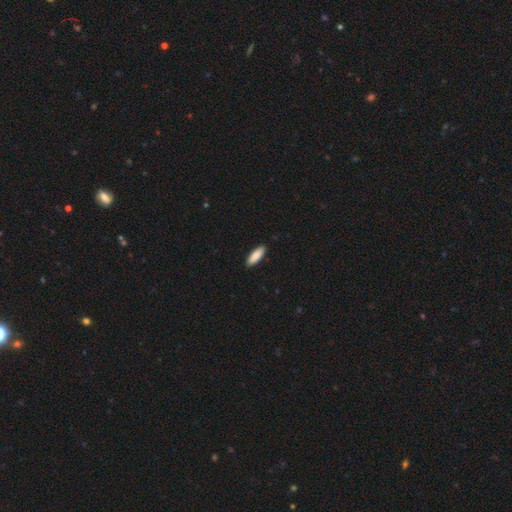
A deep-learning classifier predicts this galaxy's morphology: Overall: smooth (89%). How rounded: in between (58%; cigar-shaped 40%). Merging: none (90%).